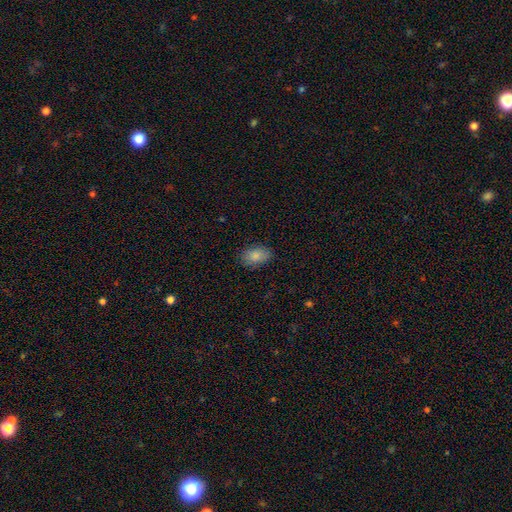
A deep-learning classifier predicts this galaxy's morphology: smooth-or-featured: smooth: 85% | star or artifact: 8% | featured or disk: 7%
  how-rounded: in between: 86% | round: 13% | cigar-shaped: 1%
  merging: none: 82% | minor disturbance: 14% | major disturbance: 3% | merger: 1%